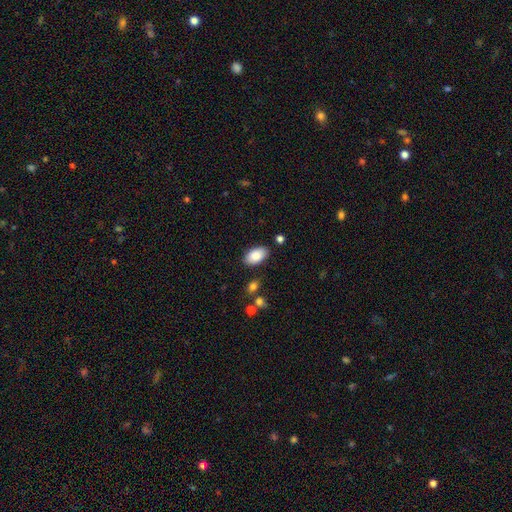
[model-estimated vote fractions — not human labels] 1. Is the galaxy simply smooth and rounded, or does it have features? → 86% smooth, 8% featured or disk, 7% star or artifact.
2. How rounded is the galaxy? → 95% in between, 4% round, 2% cigar-shaped.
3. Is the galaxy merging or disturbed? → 85% none, 10% minor disturbance, 2% major disturbance, 2% merger.